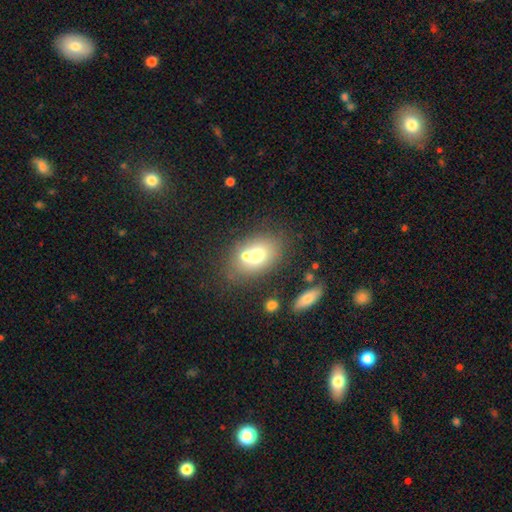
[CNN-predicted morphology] Smooth or featured?
  - smooth: 67% *
  - featured or disk: 21%
  - star or artifact: 11%
How rounded?
  - in between: 71% *
  - round: 28%
  - cigar-shaped: 1%
Merging?
  - none: 48% *
  - merger: 35%
  - minor disturbance: 12%
  - major disturbance: 5%